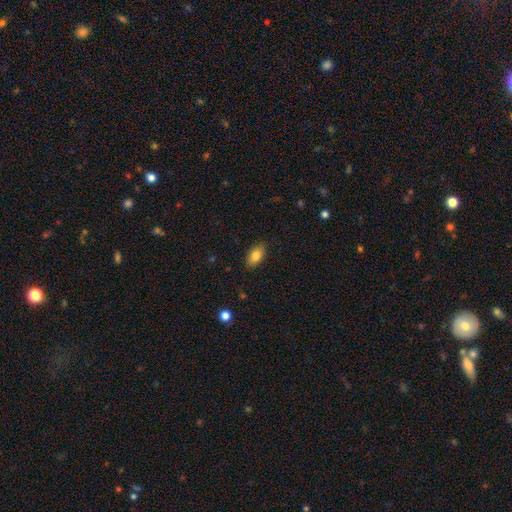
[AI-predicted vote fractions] smooth-or-featured: smooth: 81% | featured or disk: 11% | star or artifact: 8%
  how-rounded: in between: 91% | round: 6% | cigar-shaped: 3%
  merging: none: 86% | minor disturbance: 10% | major disturbance: 2% | merger: 1%